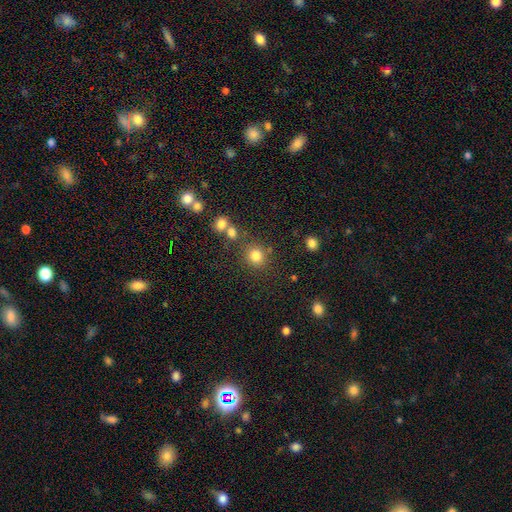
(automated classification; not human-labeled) Smooth or featured: smooth — 80% (star or artifact — 14%)
How rounded: round — 88% (in between — 11%)
Merging: none — 77% (merger — 10%)